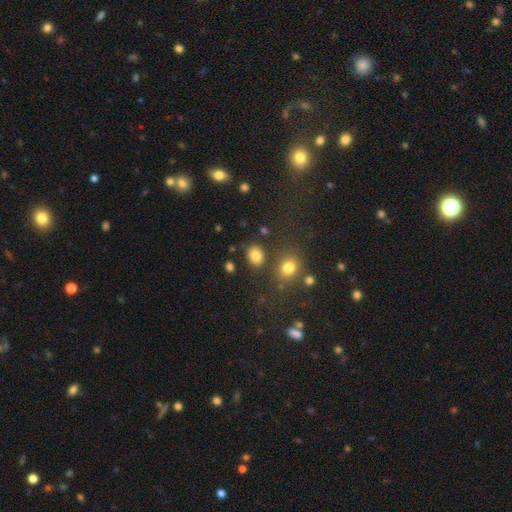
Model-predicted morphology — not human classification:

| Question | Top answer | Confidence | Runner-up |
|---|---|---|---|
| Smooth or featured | smooth | 81% | star or artifact (12%) |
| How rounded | in between | 55% | round (43%) |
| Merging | none | 80% | minor disturbance (10%) |